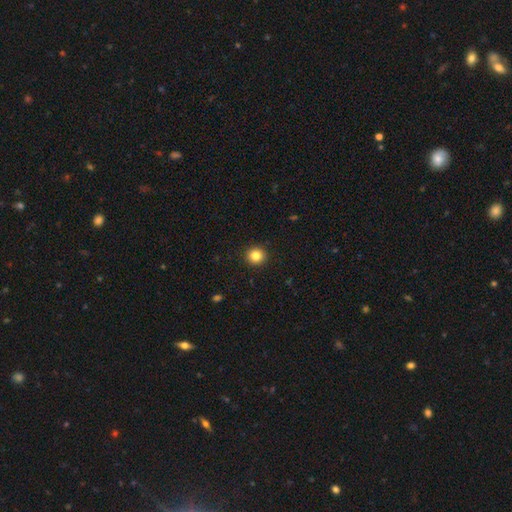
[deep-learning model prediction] A smooth galaxy with no disk features (84%) that is round (94%). Merging: none (93%).